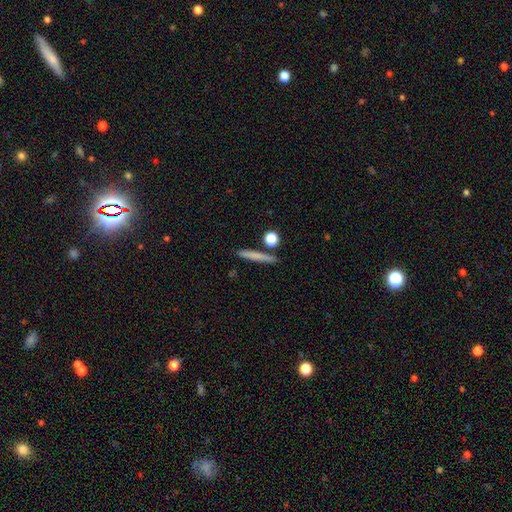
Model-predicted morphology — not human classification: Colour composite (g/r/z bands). It shows a smooth galaxy with no disk features (72%) that is cigar-shaped (89%). Merging: none (84%).